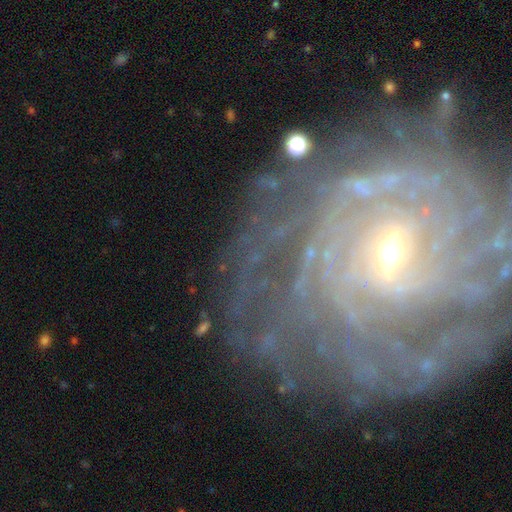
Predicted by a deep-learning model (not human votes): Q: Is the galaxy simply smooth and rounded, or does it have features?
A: featured or disk — 86%.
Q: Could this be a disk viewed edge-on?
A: no — 97%.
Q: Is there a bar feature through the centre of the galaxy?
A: weak — 47%.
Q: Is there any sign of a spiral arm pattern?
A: yes — 94%.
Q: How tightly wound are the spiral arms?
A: tight — 78%.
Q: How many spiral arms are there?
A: can't tell — 33%.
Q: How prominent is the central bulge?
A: small — 60%.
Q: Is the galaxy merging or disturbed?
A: none — 73%.